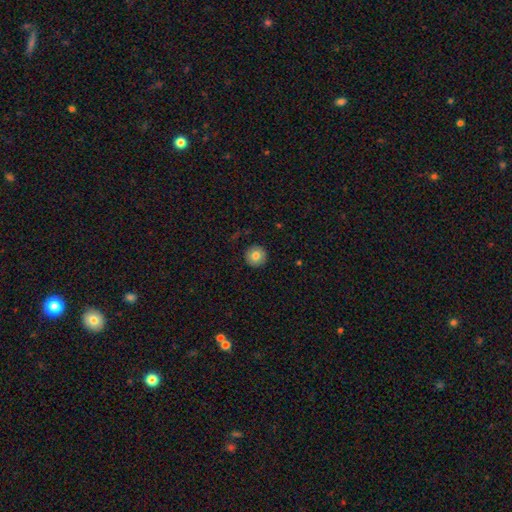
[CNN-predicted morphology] smooth-or-featured: smooth: 80% | featured or disk: 12% | star or artifact: 8%
  how-rounded: round: 96% | in between: 3% | cigar-shaped: 1%
  merging: none: 91% | minor disturbance: 6% | major disturbance: 2% | merger: 1%